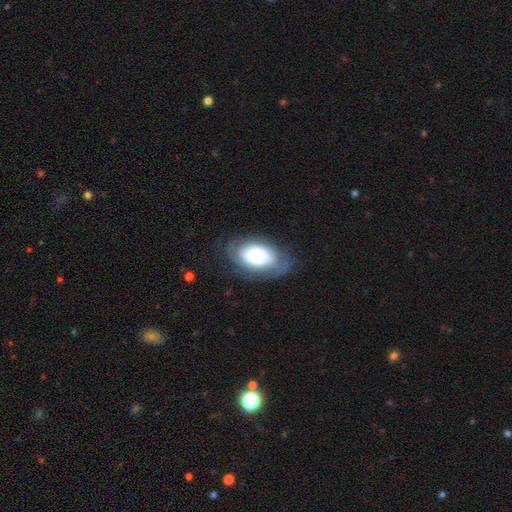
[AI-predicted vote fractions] Overall: featured or disk (50%; smooth 41%). Edge-on disk: no (94%). Merging: none (61%; minor disturbance 23%).